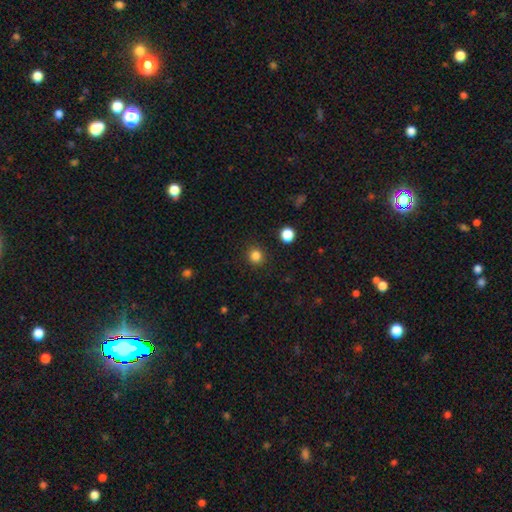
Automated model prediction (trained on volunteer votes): Morphology: type=smooth (84%); roundness=round (90%); merging=none (91%).